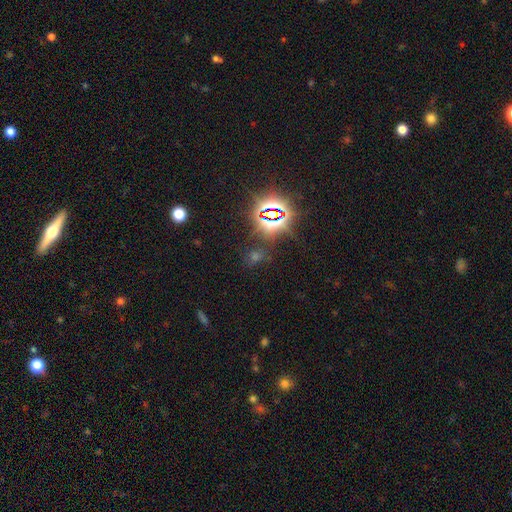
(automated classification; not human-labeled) Q: Smooth or featured?
A: star or artifact (72%); runner-up: smooth (20%)